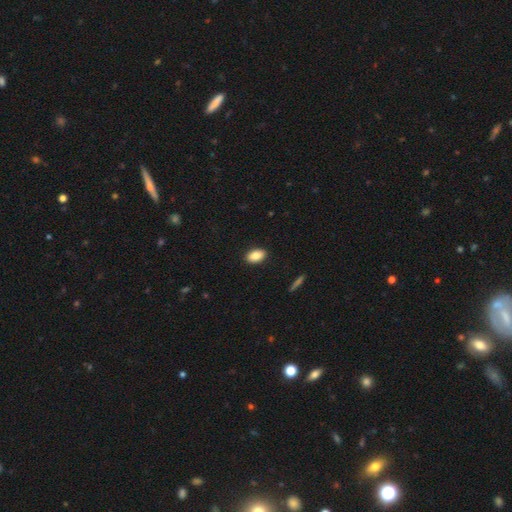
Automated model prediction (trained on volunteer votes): Q: Smooth or featured?
A: smooth (87%); runner-up: star or artifact (7%)
Q: How rounded?
A: in between (91%); runner-up: round (6%)
Q: Merging?
A: none (90%); runner-up: minor disturbance (7%)